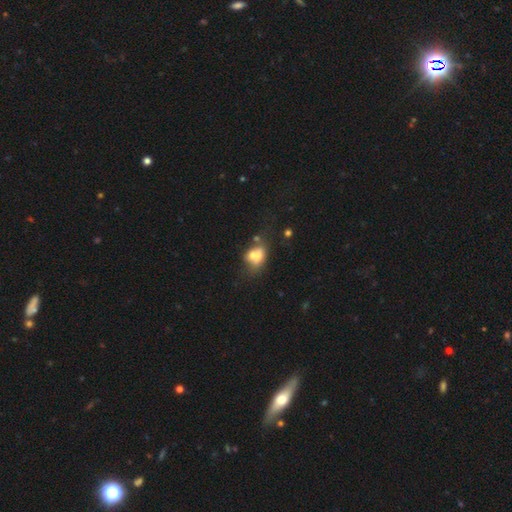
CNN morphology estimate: Smooth or featured? Predicted: smooth (p=0.55). How rounded? Predicted: in between (p=0.60). Merging? Predicted: merger (p=0.54).